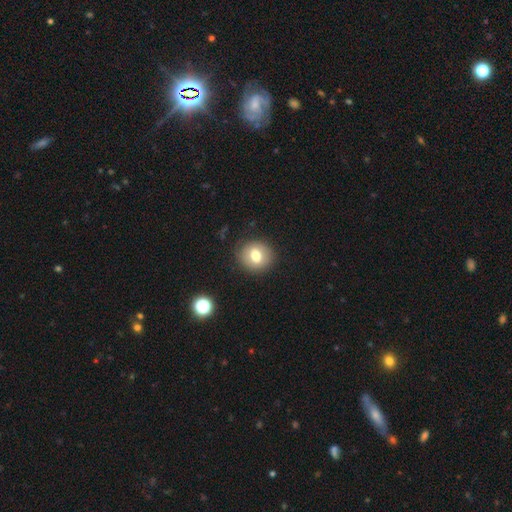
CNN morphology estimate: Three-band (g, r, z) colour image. It shows a smooth galaxy with no disk features (72%) that is round (76%). Merging: none (87%).